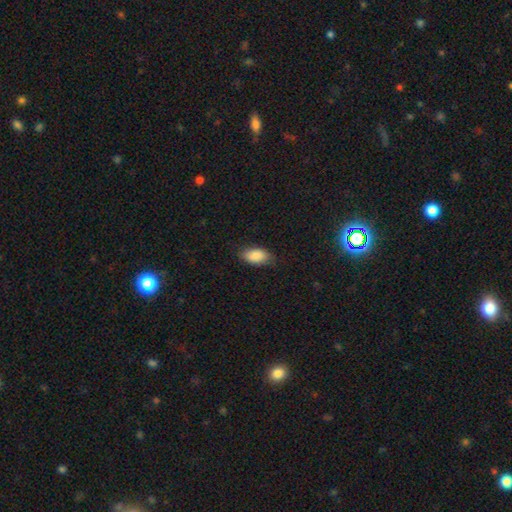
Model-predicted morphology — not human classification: A smooth galaxy with no disk features (88%) that is in between round and cigar-shaped (93%).

Vote fractions:
- Smooth or featured? smooth: 88% / star or artifact: 7% / featured or disk: 5%
- How rounded? in between: 93% / round: 4% / cigar-shaped: 3%
- Merging? none: 79% / minor disturbance: 17% / major disturbance: 3% / merger: 1%